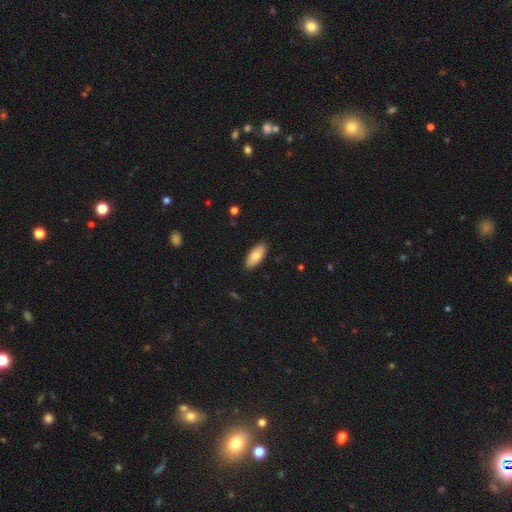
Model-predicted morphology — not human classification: Smooth or featured?
  - smooth: 82% *
  - featured or disk: 11%
  - star or artifact: 6%
How rounded?
  - in between: 84% *
  - cigar-shaped: 14%
  - round: 2%
Merging?
  - none: 90% *
  - minor disturbance: 8%
  - major disturbance: 2%
  - merger: 1%